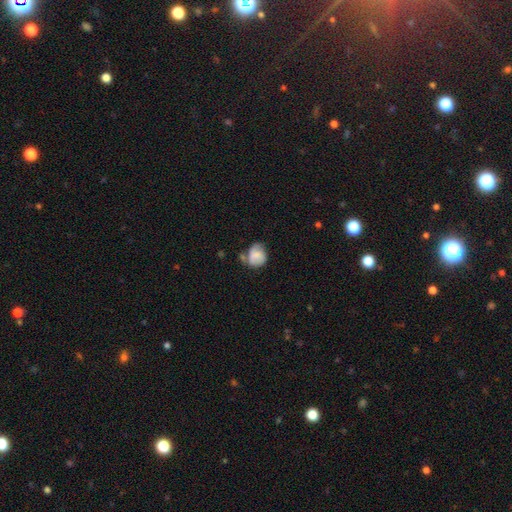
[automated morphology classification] A smooth galaxy with no disk features (63%) that is round (63%).

Vote fractions:
- Smooth or featured? smooth: 63% / featured or disk: 29% / star or artifact: 9%
- How rounded? round: 63% / in between: 36% / cigar-shaped: 1%
- Merging? none: 41% / minor disturbance: 30% / merger: 15% / major disturbance: 14%